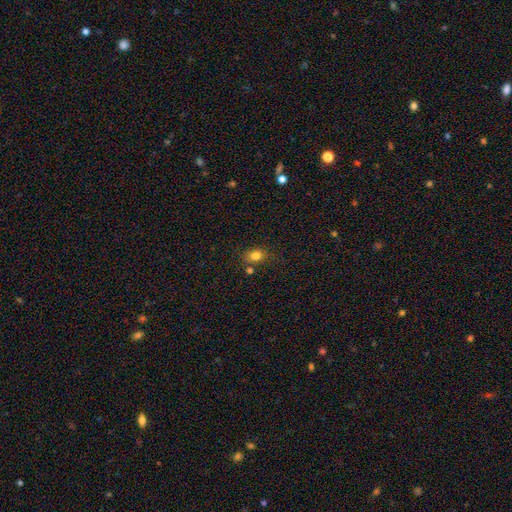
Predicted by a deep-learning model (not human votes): Smooth or featured?
  - smooth: 80% *
  - star or artifact: 12%
  - featured or disk: 9%
How rounded?
  - in between: 63% *
  - round: 35%
  - cigar-shaped: 2%
Merging?
  - none: 70% *
  - minor disturbance: 16%
  - merger: 10%
  - major disturbance: 5%